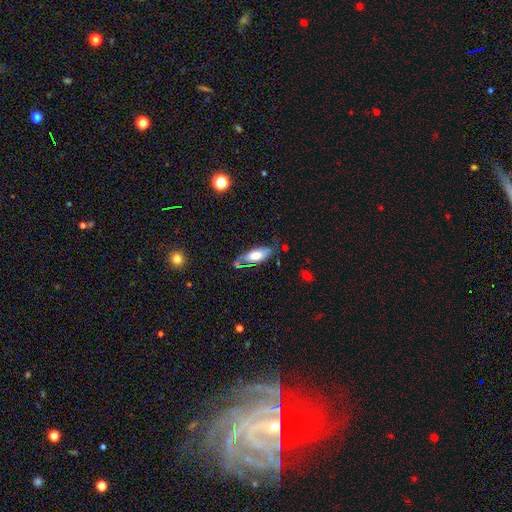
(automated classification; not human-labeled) A smooth galaxy with no disk features (59%) that is in between round and cigar-shaped (73%). Merging: none (55%).